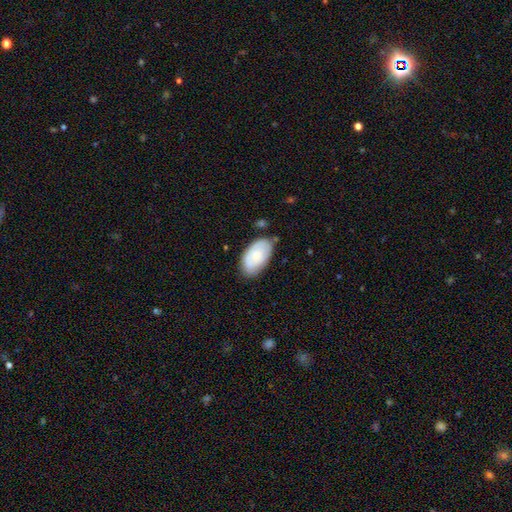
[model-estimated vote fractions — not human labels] Q: Smooth or featured?
A: smooth (77%); runner-up: featured or disk (17%)
Q: How rounded?
A: in between (95%); runner-up: round (3%)
Q: Merging?
A: none (69%); runner-up: minor disturbance (22%)